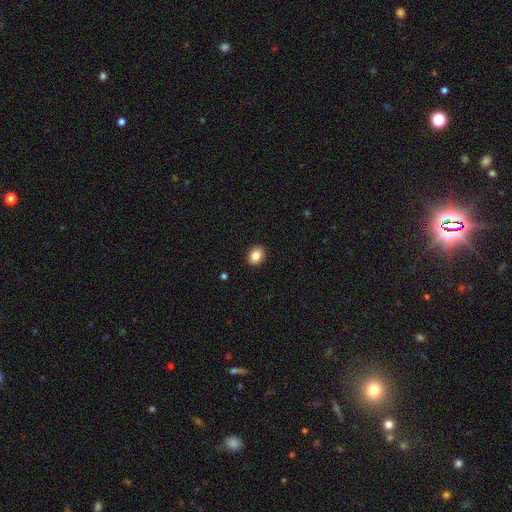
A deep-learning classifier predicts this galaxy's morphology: smooth 86%, star or artifact 8%, featured or disk 6%. Down the decision tree: how rounded — in between (67%); merging — none (91%).